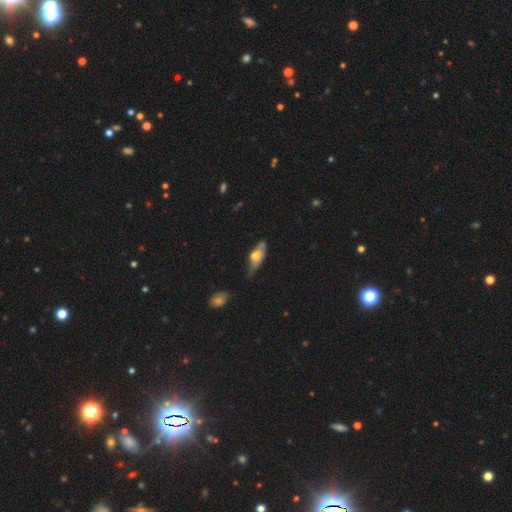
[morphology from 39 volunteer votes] Overall: featured or disk (56%; smooth 41%). Edge-on disk: yes (73%). Edge-on bulge: rounded (100%). Merging: minor disturbance (34%; major disturbance 29%).